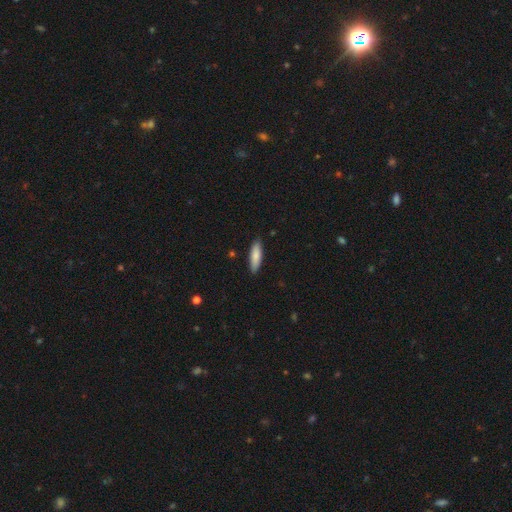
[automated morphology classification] smooth-or-featured: smooth: 84% | featured or disk: 11% | star or artifact: 6%
  how-rounded: cigar-shaped: 61% | in between: 37% | round: 1%
  merging: none: 88% | minor disturbance: 9% | major disturbance: 2% | merger: 1%